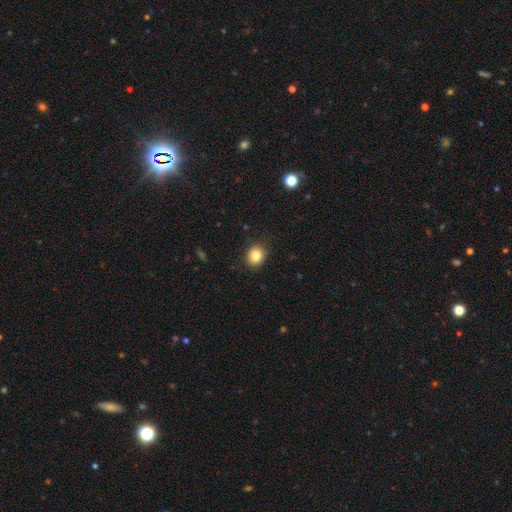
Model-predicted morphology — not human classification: A smooth galaxy with no disk features (84%) that is round (74%). Merging: none (88%).